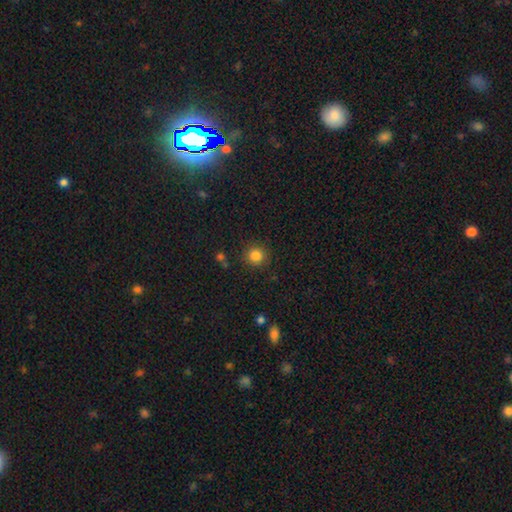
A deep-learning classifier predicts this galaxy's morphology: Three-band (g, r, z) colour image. It shows a smooth galaxy with no disk features (84%) that is round (93%). Merging: none (87%).